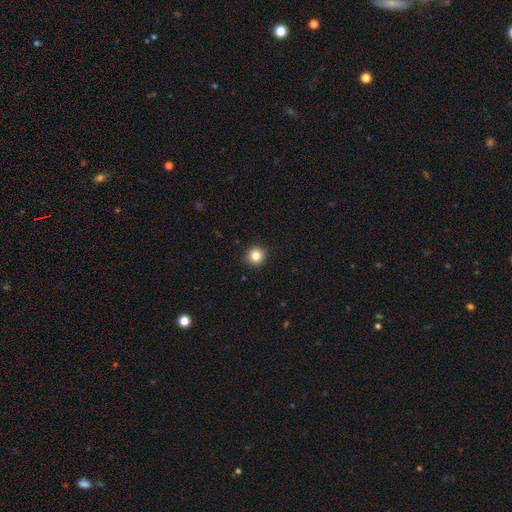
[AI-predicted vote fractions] smooth 84%, star or artifact 11%, featured or disk 5%. Down the decision tree: how rounded — round (95%); merging — none (92%).